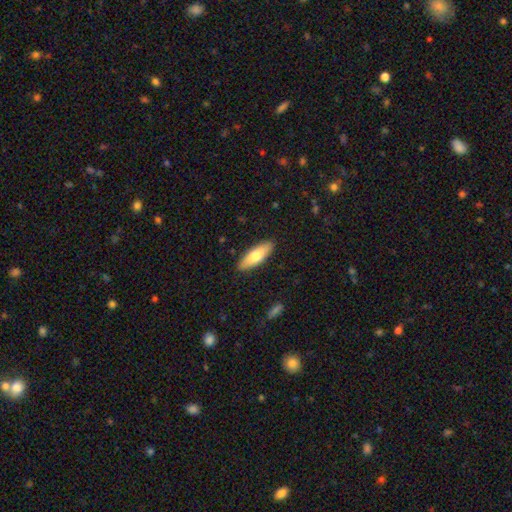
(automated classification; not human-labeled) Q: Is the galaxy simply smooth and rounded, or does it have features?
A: smooth — 72%.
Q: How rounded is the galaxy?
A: in between — 60%.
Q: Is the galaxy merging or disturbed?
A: none — 89%.